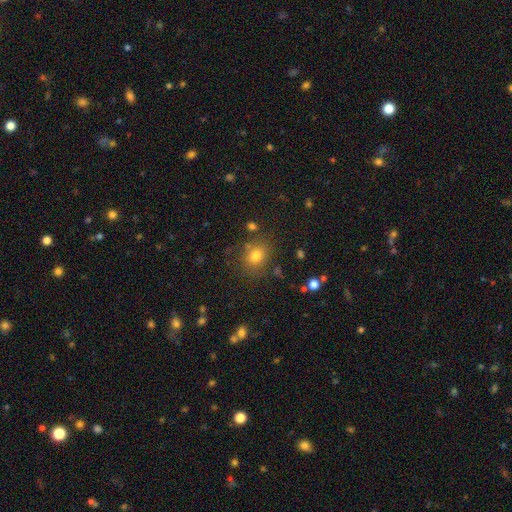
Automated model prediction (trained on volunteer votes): Smooth or featured?
  - smooth: 78% *
  - star or artifact: 14%
  - featured or disk: 8%
How rounded?
  - round: 63% *
  - in between: 36%
  - cigar-shaped: 1%
Merging?
  - none: 78% *
  - minor disturbance: 13%
  - merger: 5%
  - major disturbance: 5%